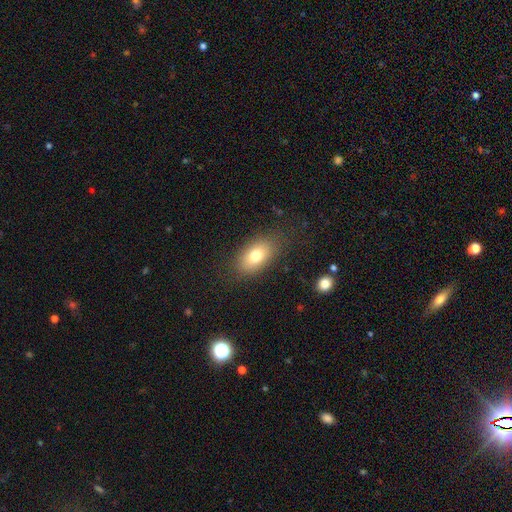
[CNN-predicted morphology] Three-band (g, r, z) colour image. It shows a smooth galaxy with no disk features (77%) that is in between round and cigar-shaped (88%). Merging: none (81%).